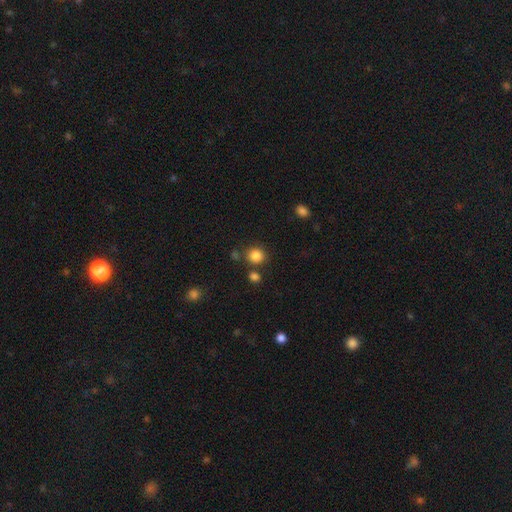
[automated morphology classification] Smooth or featured?
  - smooth: 84% *
  - star or artifact: 11%
  - featured or disk: 4%
How rounded?
  - round: 87% *
  - in between: 12%
  - cigar-shaped: 1%
Merging?
  - none: 80% *
  - merger: 9%
  - minor disturbance: 9%
  - major disturbance: 3%